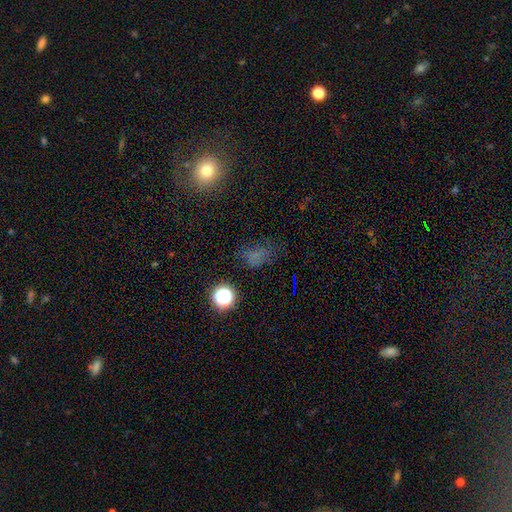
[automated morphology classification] The model was most divided on "how rounded": in between: 58%, round: 39%, cigar-shaped: 3%. More confident: merging — none (58%); smooth or featured — smooth (56%).